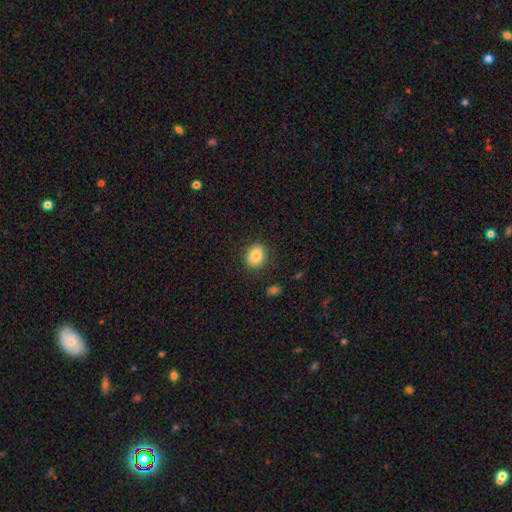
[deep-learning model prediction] A smooth galaxy with no disk features (85%) that is round (60%). Merging: none (87%).